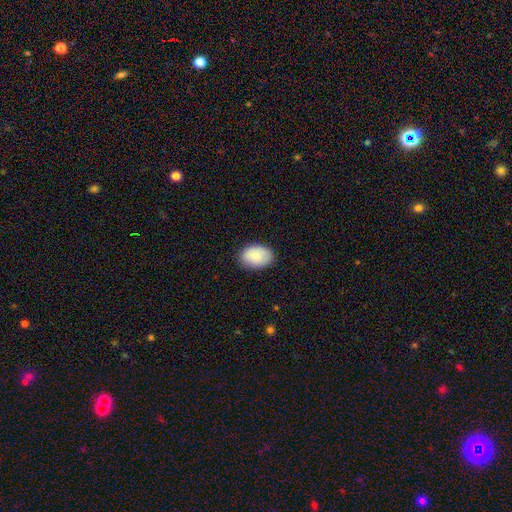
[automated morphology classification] Smooth or featured?
  - smooth: 85% *
  - featured or disk: 8%
  - star or artifact: 6%
How rounded?
  - in between: 84% *
  - round: 15%
  - cigar-shaped: 1%
Merging?
  - none: 85% *
  - minor disturbance: 12%
  - major disturbance: 2%
  - merger: 1%